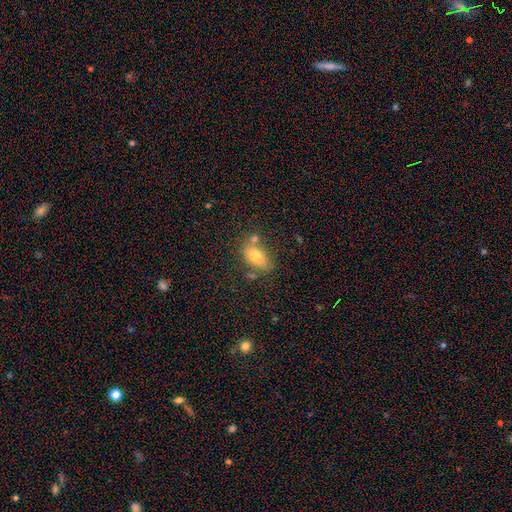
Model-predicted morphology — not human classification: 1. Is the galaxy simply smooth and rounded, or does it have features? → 72% smooth, 18% featured or disk, 10% star or artifact.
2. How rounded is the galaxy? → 85% in between, 11% round, 5% cigar-shaped.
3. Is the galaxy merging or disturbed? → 61% none, 17% merger, 16% minor disturbance, 5% major disturbance.